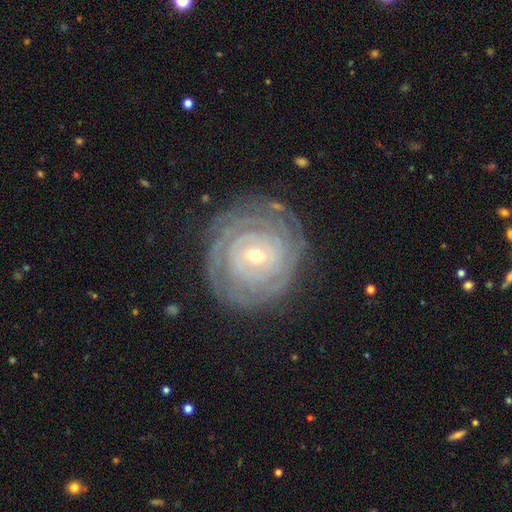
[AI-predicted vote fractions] Morphology: type=featured or disk (85%); edge-on=no (97%); bar=no (60%); spiral arms=yes (94%); winding=tight (88%); arm count=can't tell (37%); bulge=small (64%); merging=none (80%).